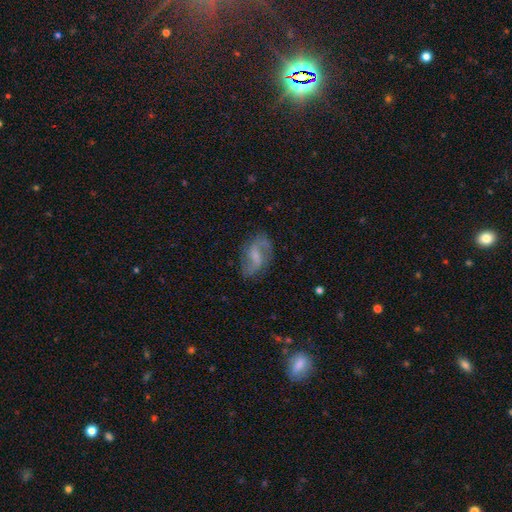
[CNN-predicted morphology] Overall: featured or disk (78%). Edge-on disk: no (97%). Bar: weak (56%; no 25%). Spiral arms: yes (93%). Spiral arm count: 2 (89%). Spiral winding: loose (49%; medium 40%). Bulge size: small (35%; none 33%). Merging: none (75%).